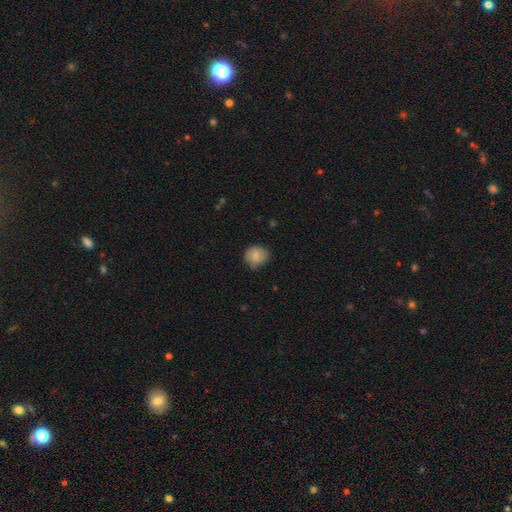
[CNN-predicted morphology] Q: Smooth or featured?
A: smooth (78%); runner-up: featured or disk (14%)
Q: How rounded?
A: round (74%); runner-up: in between (25%)
Q: Merging?
A: none (71%); runner-up: minor disturbance (23%)